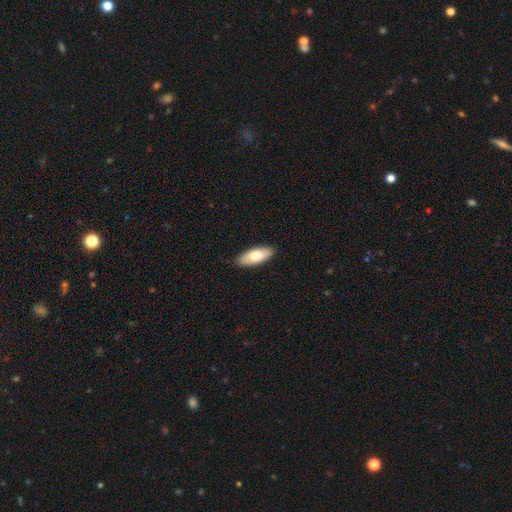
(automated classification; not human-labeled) Smooth or featured?
  - smooth: 78% *
  - featured or disk: 16%
  - star or artifact: 5%
How rounded?
  - in between: 78% *
  - cigar-shaped: 20%
  - round: 2%
Merging?
  - none: 89% *
  - minor disturbance: 8%
  - major disturbance: 2%
  - merger: 1%